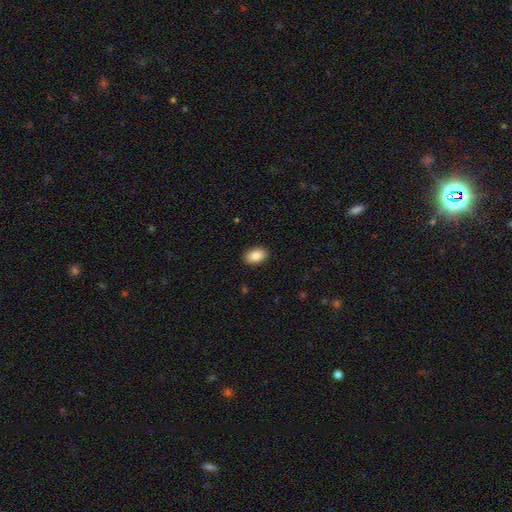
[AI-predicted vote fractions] A smooth galaxy with no disk features (87%) that is in between round and cigar-shaped (90%). Merging: none (90%).